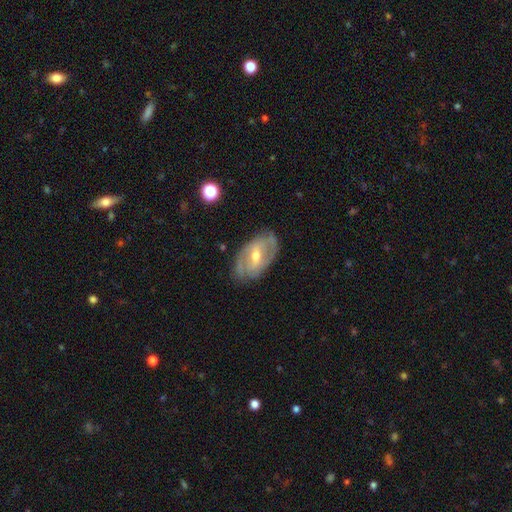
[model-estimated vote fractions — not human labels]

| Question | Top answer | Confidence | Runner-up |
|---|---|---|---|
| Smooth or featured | featured or disk | 76% | smooth (18%) |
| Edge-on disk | no | 93% | yes (7%) |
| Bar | weak | 43% | strong (37%) |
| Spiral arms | yes | 72% | no (28%) |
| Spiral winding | tight | 44% | medium (39%) |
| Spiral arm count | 2 | 63% | can't tell (25%) |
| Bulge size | moderate | 60% | small (36%) |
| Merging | none | 74% | minor disturbance (19%) |